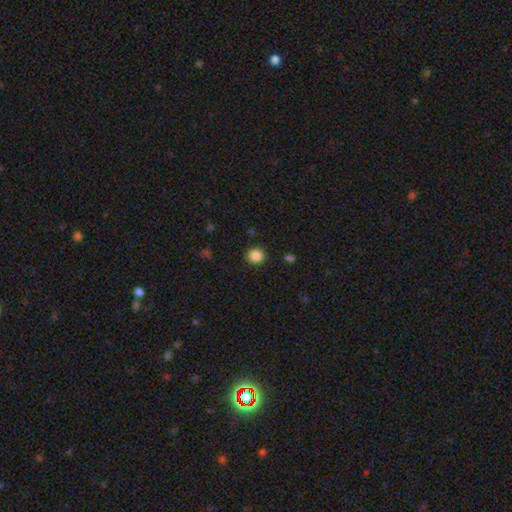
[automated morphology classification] This appears to be a smooth galaxy with no disk features (86%) that is round (89%). Merging: none (90%).